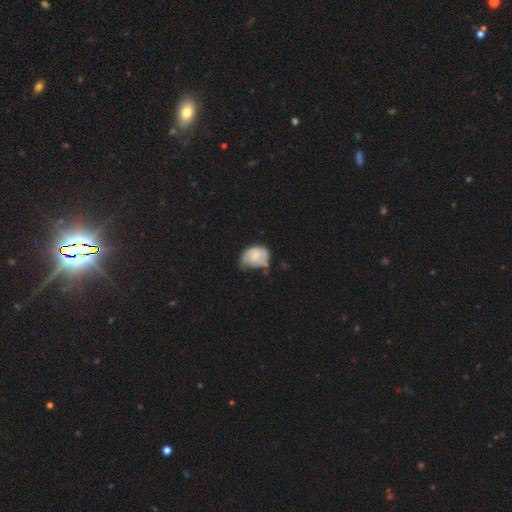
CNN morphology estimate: This appears to be a smooth galaxy with no disk features (68%) that is in between round and cigar-shaped (66%). Merging: minor disturbance (46%).